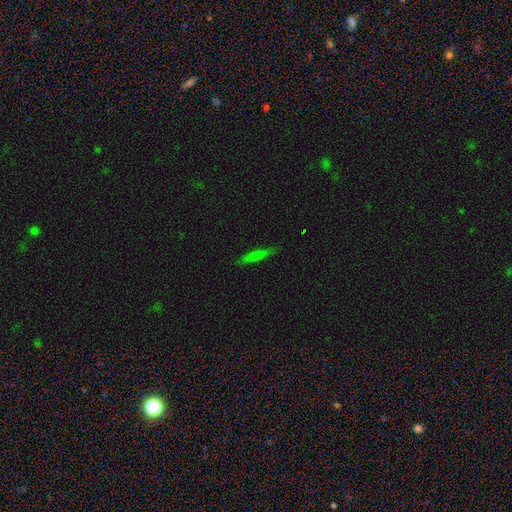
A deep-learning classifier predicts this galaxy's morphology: Overall: smooth (60%; featured or disk 30%). How rounded: cigar-shaped (90%). Merging: none (87%).